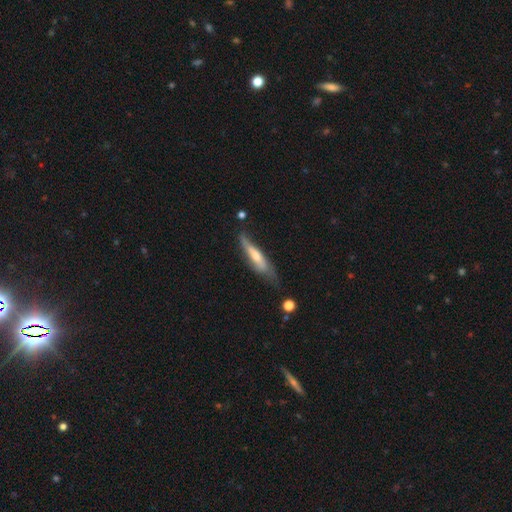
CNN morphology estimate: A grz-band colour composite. It shows a featured or disk galaxy (50%). Merging: none (54%).